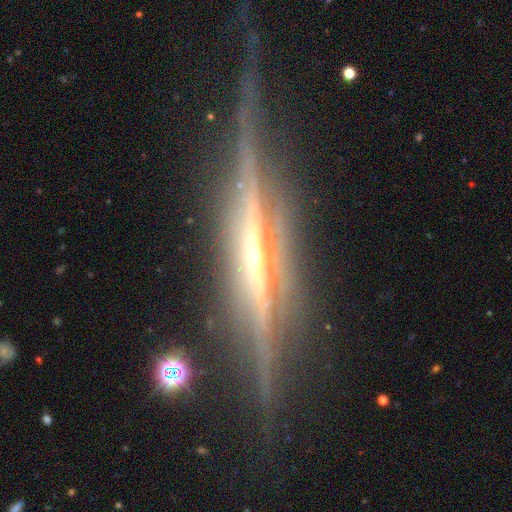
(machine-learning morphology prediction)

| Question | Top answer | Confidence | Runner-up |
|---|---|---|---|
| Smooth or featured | featured or disk | 85% | smooth (8%) |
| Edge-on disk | yes | 89% | no (11%) |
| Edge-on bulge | rounded | 58% | none (29%) |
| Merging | none | 67% | minor disturbance (20%) |